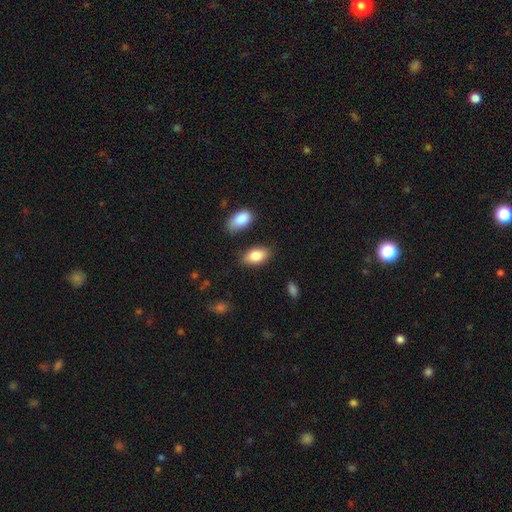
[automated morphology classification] Smooth or featured? smooth (84%)
How rounded? in between (93%)
Merging? none (81%)